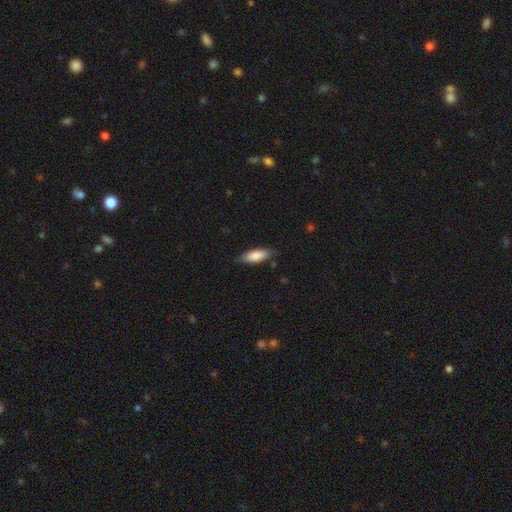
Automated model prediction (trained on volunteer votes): Q: Smooth or featured?
A: smooth (82%); runner-up: featured or disk (12%)
Q: How rounded?
A: in between (65%); runner-up: cigar-shaped (33%)
Q: Merging?
A: none (80%); runner-up: minor disturbance (16%)